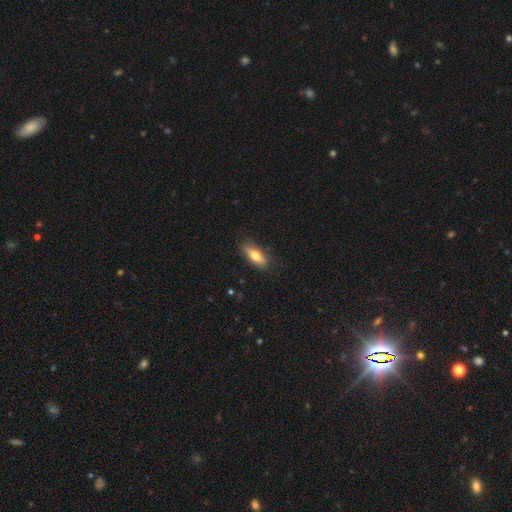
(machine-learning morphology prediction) smooth-or-featured: smooth: 72% | featured or disk: 21% | star or artifact: 7%
  how-rounded: in between: 67% | cigar-shaped: 31% | round: 3%
  merging: none: 82% | minor disturbance: 14% | major disturbance: 3% | merger: 1%